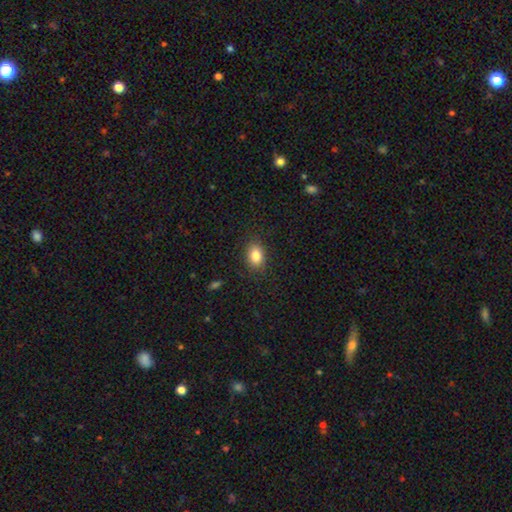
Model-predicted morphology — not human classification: This is clearly a smooth galaxy (84%). How rounded: likely in between (79%). Merging: clearly none (86%).